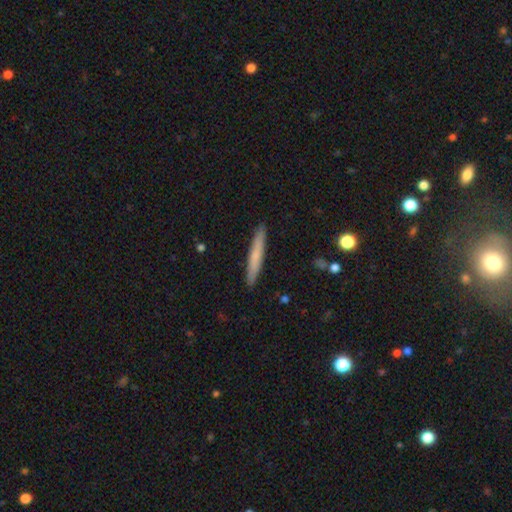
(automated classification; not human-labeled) A smooth galaxy with no disk features (66%) that is cigar-shaped (95%). Merging: none (91%).